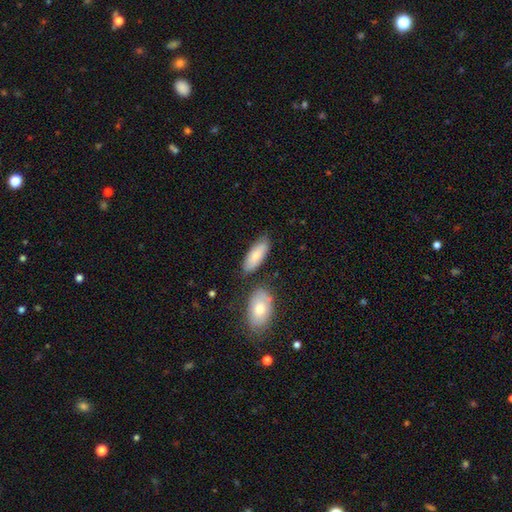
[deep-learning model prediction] Smooth or featured? smooth (78%)
How rounded? in between (77%)
Merging? none (72%)